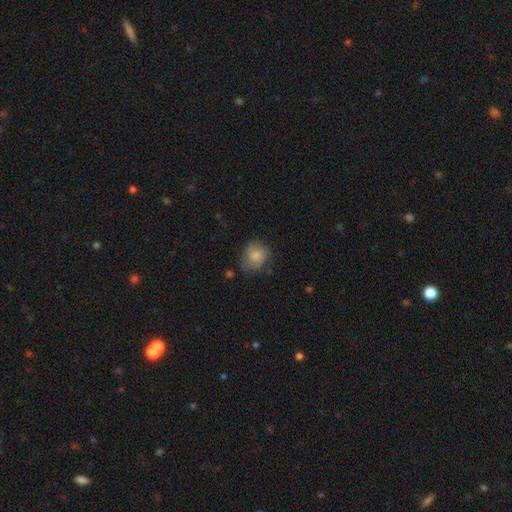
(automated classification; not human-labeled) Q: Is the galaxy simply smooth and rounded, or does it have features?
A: smooth — 81%.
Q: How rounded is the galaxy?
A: round — 73%.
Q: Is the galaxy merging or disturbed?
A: none — 65%.